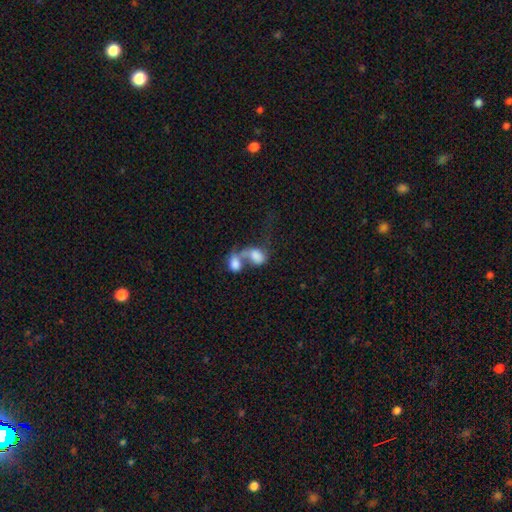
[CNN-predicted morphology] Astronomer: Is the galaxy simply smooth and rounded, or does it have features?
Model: smooth — 68%.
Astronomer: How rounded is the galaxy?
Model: in between — 77%.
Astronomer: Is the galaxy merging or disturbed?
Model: merger — 77%.